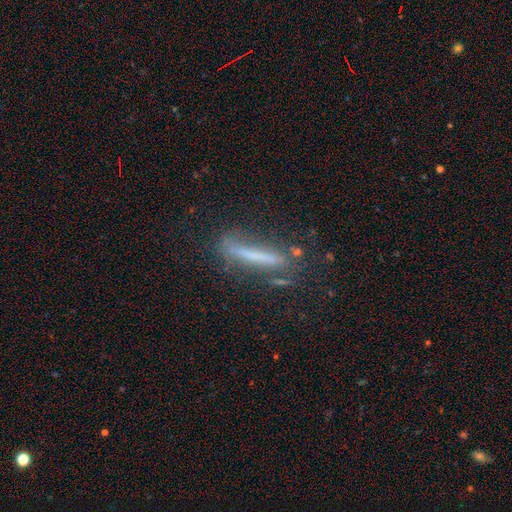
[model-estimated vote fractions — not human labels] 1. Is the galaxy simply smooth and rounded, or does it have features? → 46% smooth, 43% featured or disk, 11% star or artifact.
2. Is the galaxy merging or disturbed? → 64% none, 21% minor disturbance, 10% major disturbance, 5% merger.